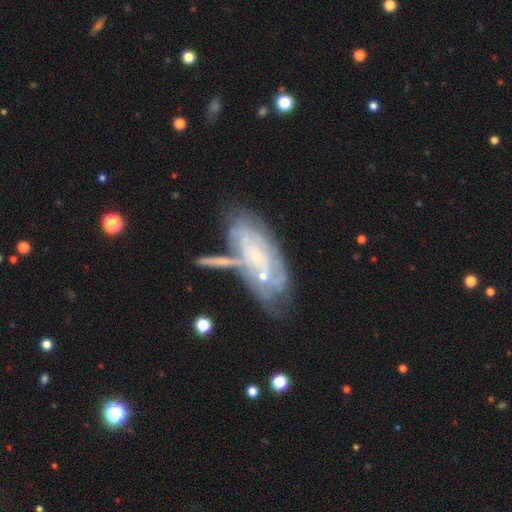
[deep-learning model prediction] Smooth or featured? Predicted: featured or disk (p=0.74). Edge-on disk? Predicted: no (p=0.89). Bar? Predicted: no (p=0.70). Spiral arms? Predicted: yes (p=0.81). Spiral winding? Predicted: tight (p=0.63). Spiral arm count? Predicted: can't tell (p=0.59). Bulge size? Predicted: small (p=0.77). Merging? Predicted: none (p=0.41).